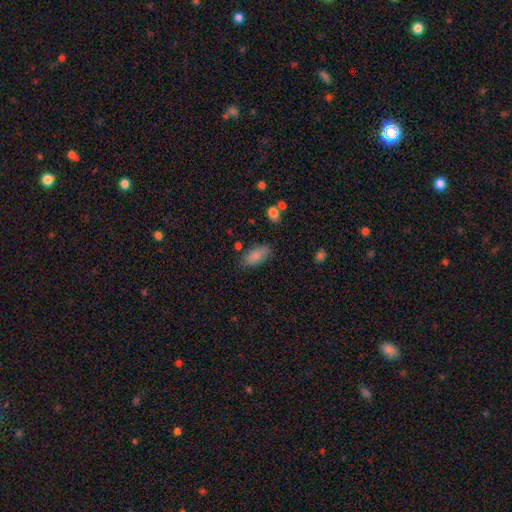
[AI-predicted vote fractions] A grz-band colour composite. It shows a smooth galaxy with no disk features (85%) that is in between round and cigar-shaped (90%). Merging: none (76%).